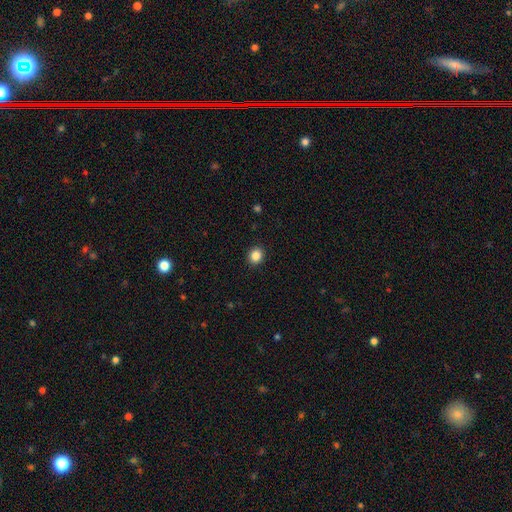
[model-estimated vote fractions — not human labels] Smooth or featured? Predicted: smooth (p=0.85). How rounded? Predicted: round (p=0.74). Merging? Predicted: none (p=0.91).